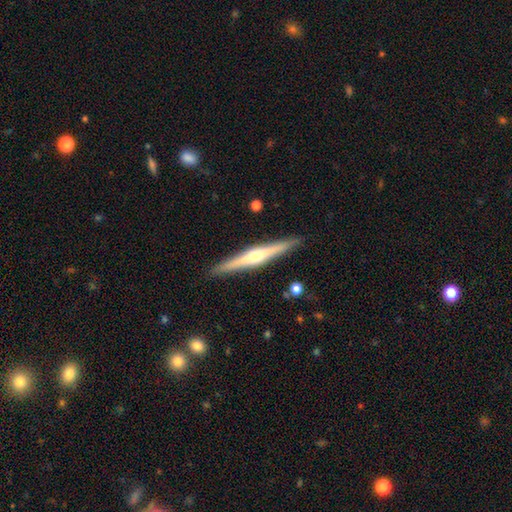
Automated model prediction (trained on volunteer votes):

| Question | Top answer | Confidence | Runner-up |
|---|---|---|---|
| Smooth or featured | featured or disk | 71% | smooth (24%) |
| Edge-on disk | yes | 98% | no (2%) |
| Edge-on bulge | rounded | 82% | boxy (9%) |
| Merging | none | 91% | minor disturbance (7%) |